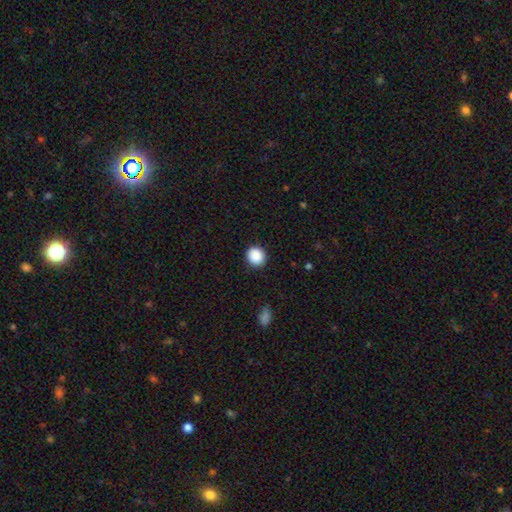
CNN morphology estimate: Q: Smooth or featured?
A: smooth (89%); runner-up: star or artifact (8%)
Q: How rounded?
A: round (87%); runner-up: in between (12%)
Q: Merging?
A: none (90%); runner-up: minor disturbance (7%)